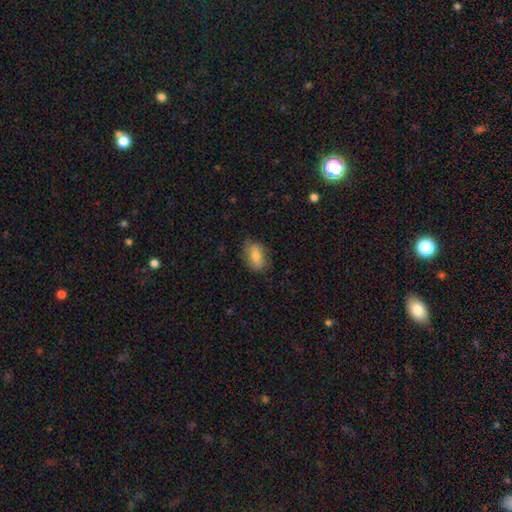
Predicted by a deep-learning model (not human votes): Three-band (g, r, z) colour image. It shows a smooth galaxy with no disk features (73%) that is in between round and cigar-shaped (87%). Merging: none (74%).